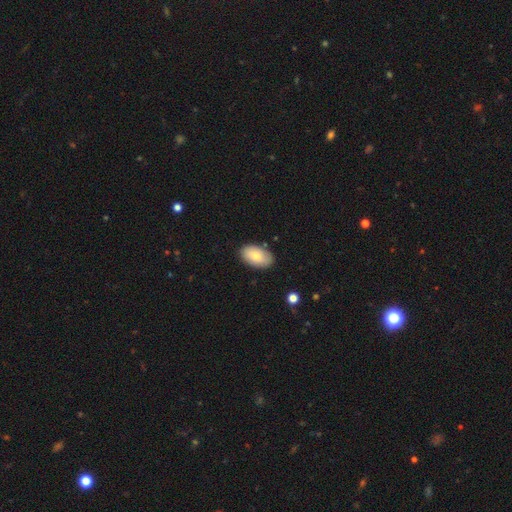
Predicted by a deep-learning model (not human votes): smooth_or_featured: smooth (p=0.79) [alt: featured or disk p=0.15]
how_rounded: in between (p=0.94) [alt: round p=0.05]
merging: none (p=0.84) [alt: minor disturbance p=0.12]